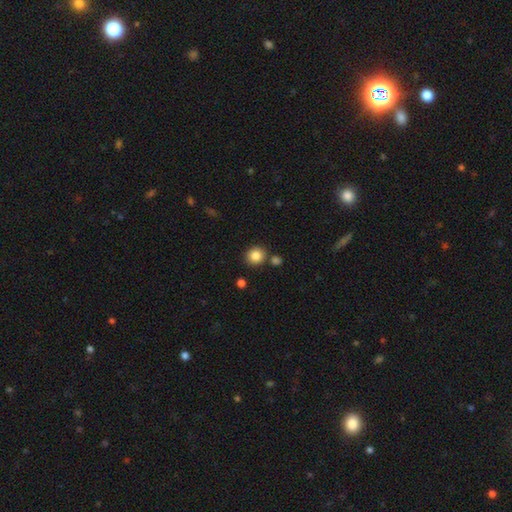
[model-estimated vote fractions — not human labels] Q: Smooth or featured?
A: smooth (86%); runner-up: star or artifact (10%)
Q: How rounded?
A: round (89%); runner-up: in between (10%)
Q: Merging?
A: none (82%); runner-up: merger (8%)